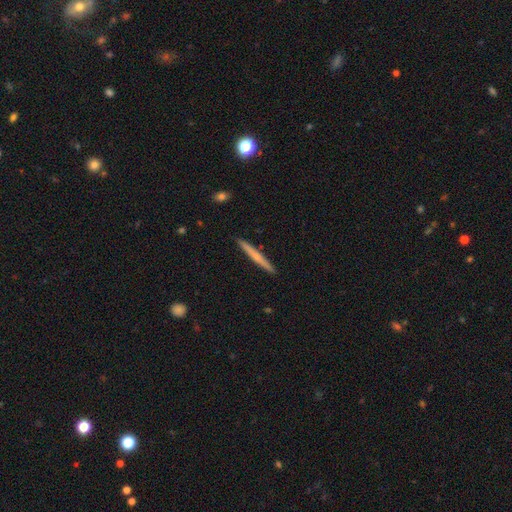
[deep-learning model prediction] featured or disk 49%, smooth 45%, star or artifact 6%. Down the decision tree: merging — none (92%).